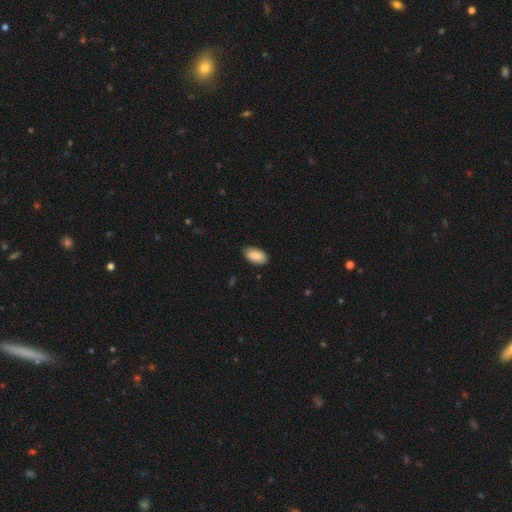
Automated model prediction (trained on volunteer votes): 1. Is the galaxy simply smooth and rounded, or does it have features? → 86% smooth, 8% featured or disk, 6% star or artifact.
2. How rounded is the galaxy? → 95% in between, 3% round, 2% cigar-shaped.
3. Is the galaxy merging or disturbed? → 86% none, 11% minor disturbance, 2% major disturbance, 1% merger.